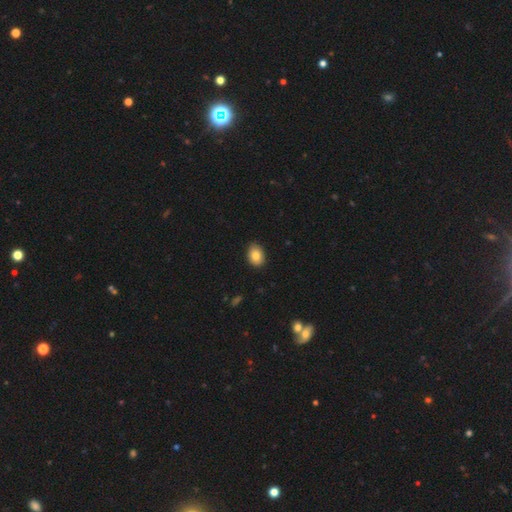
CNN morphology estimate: smooth 82%, featured or disk 9%, star or artifact 8%. Down the decision tree: how rounded — in between (74%); merging — none (84%).